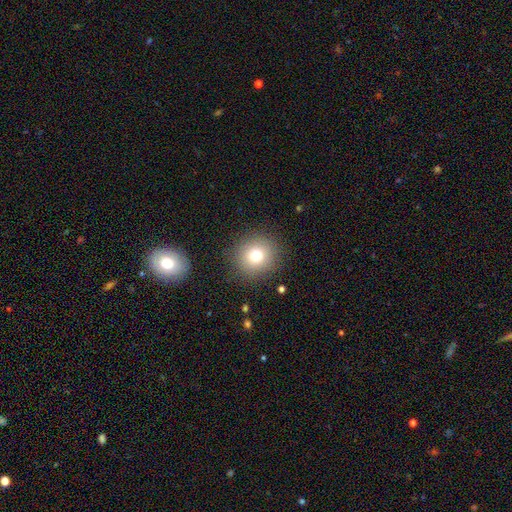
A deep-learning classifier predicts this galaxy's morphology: This appears to be a smooth galaxy with no disk features (76%) that is round (91%). Merging: none (88%).